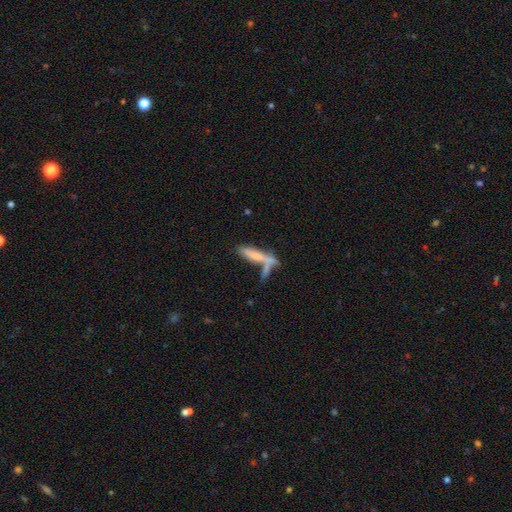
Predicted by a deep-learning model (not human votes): smooth-or-featured: smooth: 53% | featured or disk: 37% | star or artifact: 10%
  how-rounded: cigar-shaped: 82% | in between: 16% | round: 2%
  merging: merger: 41% | none: 39% | minor disturbance: 12% | major disturbance: 8%